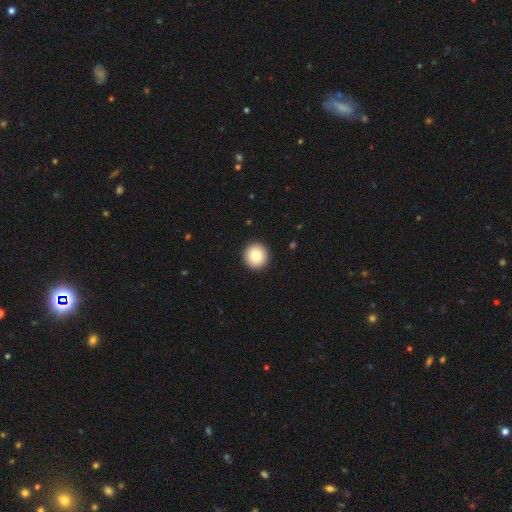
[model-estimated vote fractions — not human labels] Overall: smooth (82%). How rounded: round (96%). Merging: none (94%).